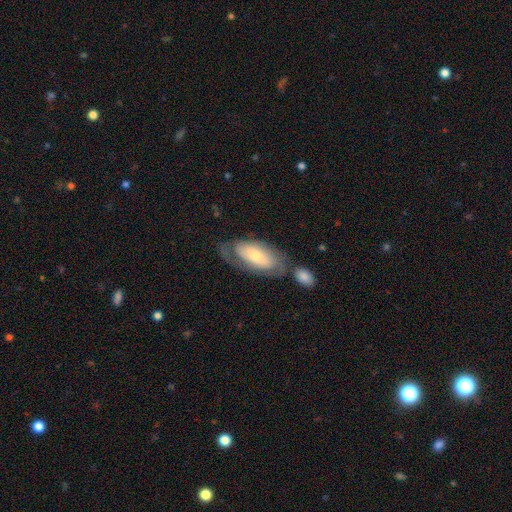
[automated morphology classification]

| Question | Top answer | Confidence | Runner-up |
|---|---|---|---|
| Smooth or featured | featured or disk | 48% | smooth (46%) |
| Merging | none | 48% | minor disturbance (21%) |